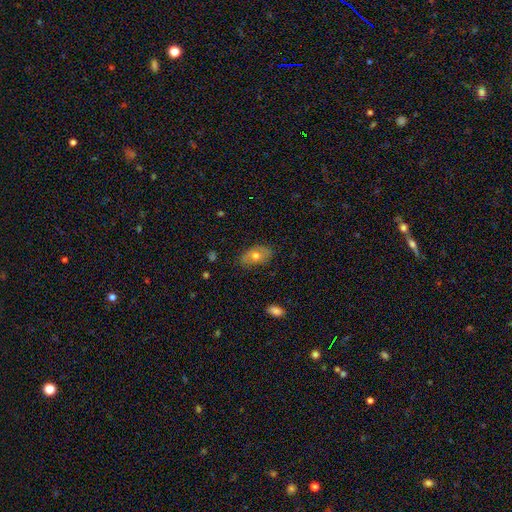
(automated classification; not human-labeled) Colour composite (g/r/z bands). It shows a smooth galaxy with no disk features (59%) that is in between round and cigar-shaped (88%). Merging: none (77%).